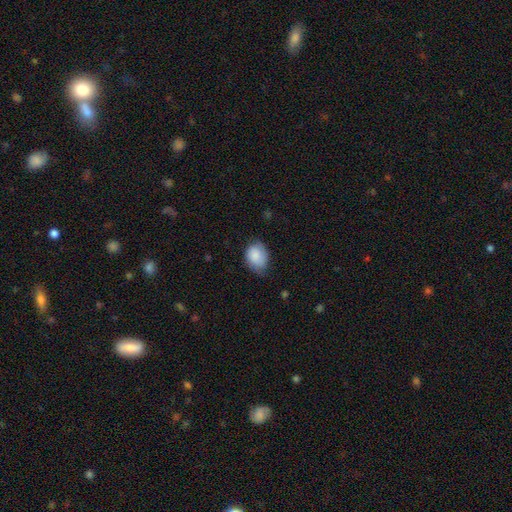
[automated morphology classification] Overall: smooth (82%). How rounded: in between (64%; round 35%). Merging: none (54%; minor disturbance 37%).